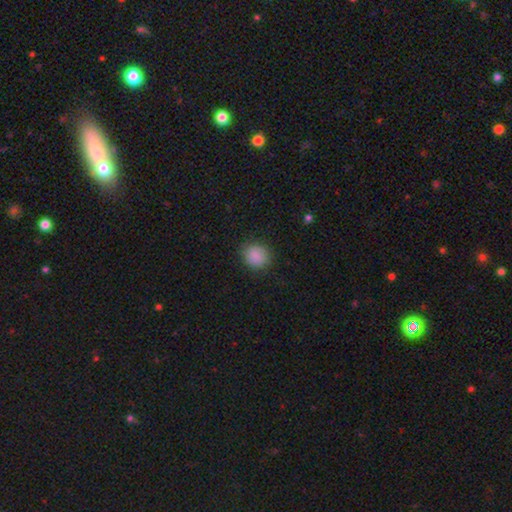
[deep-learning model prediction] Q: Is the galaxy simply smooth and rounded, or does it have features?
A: smooth — 87%.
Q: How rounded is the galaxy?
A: round — 76%.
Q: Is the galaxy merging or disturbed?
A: none — 83%.